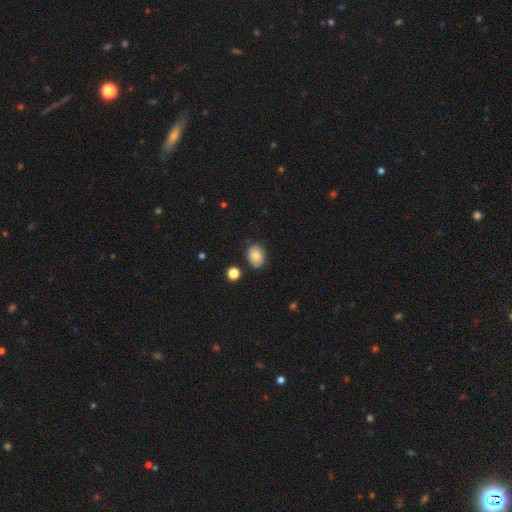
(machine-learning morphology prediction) This appears to be a smooth galaxy with no disk features (79%) that is in between round and cigar-shaped (60%). Merging: none (78%).